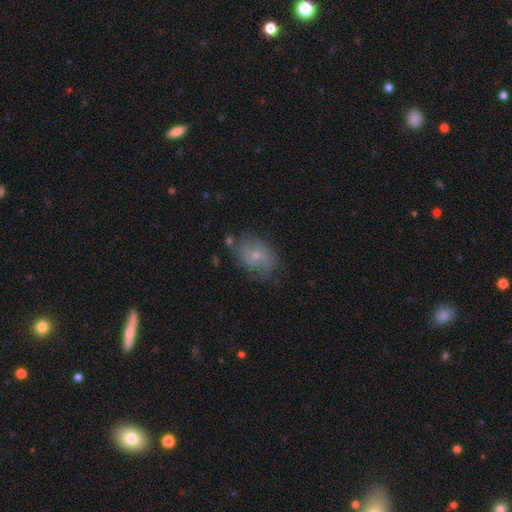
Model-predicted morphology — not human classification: type=featured or disk (54%); edge-on=no (96%); bar=no (64%); spiral arms=yes (74%); bulge=small (68%); merging=none (64%).